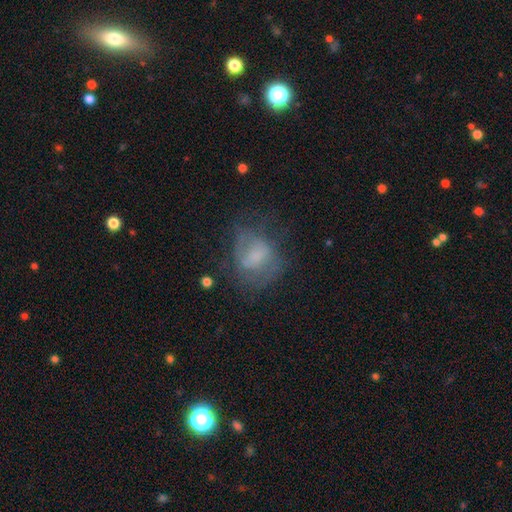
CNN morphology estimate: smooth_or_featured: smooth (p=0.45) [alt: featured or disk p=0.43]
merging: none (p=0.44) [alt: major disturbance p=0.29]